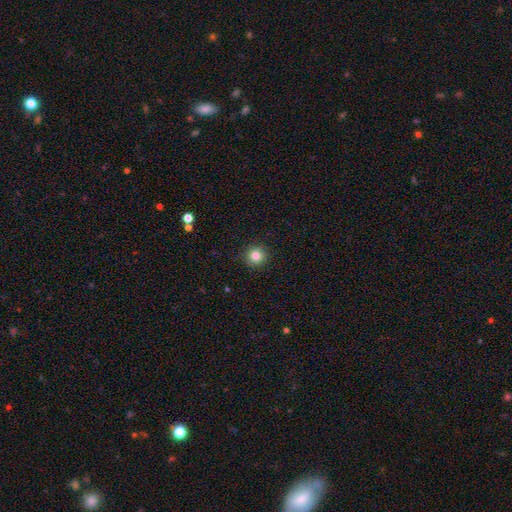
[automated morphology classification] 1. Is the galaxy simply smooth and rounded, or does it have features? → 83% smooth, 11% star or artifact, 6% featured or disk.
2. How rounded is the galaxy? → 94% round, 5% in between, 1% cigar-shaped.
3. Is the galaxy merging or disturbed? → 92% none, 5% minor disturbance, 2% major disturbance, 1% merger.